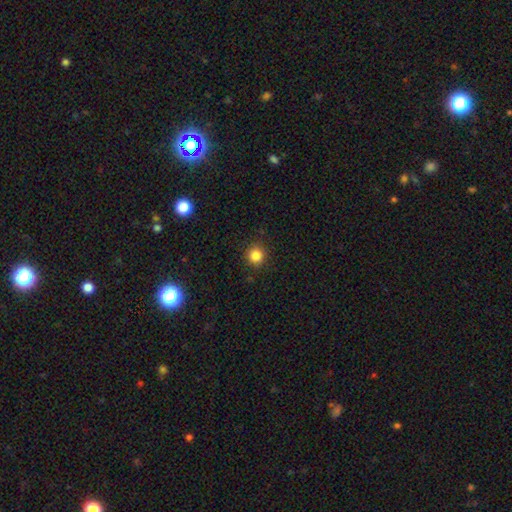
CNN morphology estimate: The model was most divided on "smooth or featured": smooth: 83%, star or artifact: 12%, featured or disk: 4%. More confident: how rounded — round (92%); merging — none (90%).